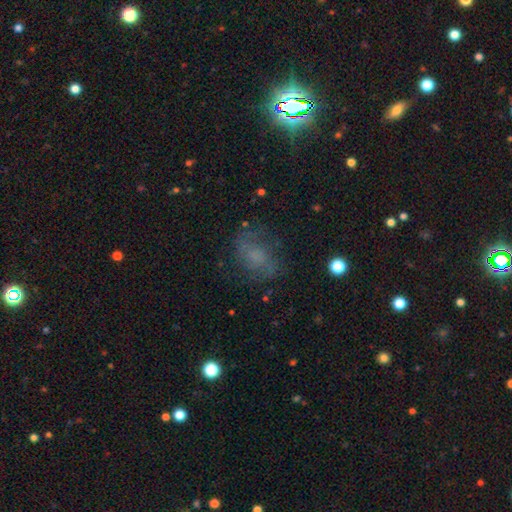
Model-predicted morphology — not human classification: A smooth galaxy with no disk features (39%).

Vote fractions:
- Smooth or featured? smooth: 39% / featured or disk: 38% / star or artifact: 24%
- Merging? none: 62% / minor disturbance: 20% / major disturbance: 16% / merger: 2%